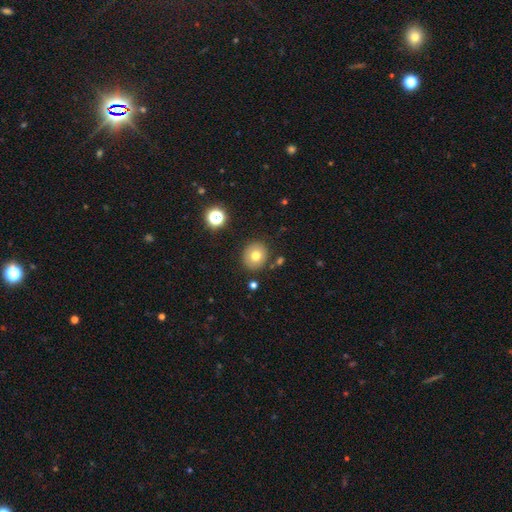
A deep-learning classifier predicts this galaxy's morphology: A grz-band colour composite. It shows a smooth galaxy with no disk features (74%) that is round (82%). Merging: none (85%).